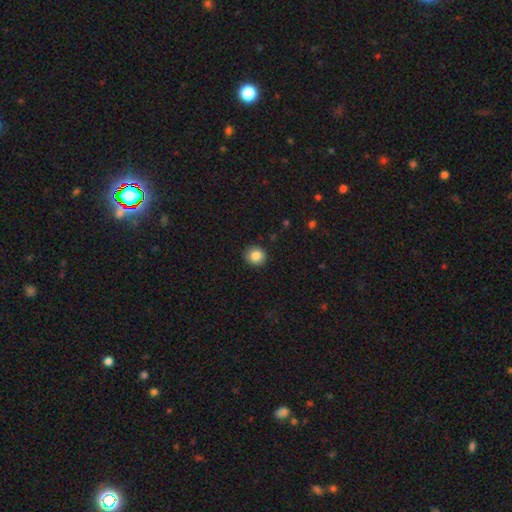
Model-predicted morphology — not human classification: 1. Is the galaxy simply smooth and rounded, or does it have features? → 85% smooth, 10% star or artifact, 5% featured or disk.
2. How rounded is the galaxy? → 89% round, 10% in between, 1% cigar-shaped.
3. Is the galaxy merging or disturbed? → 91% none, 6% minor disturbance, 2% major disturbance, 1% merger.